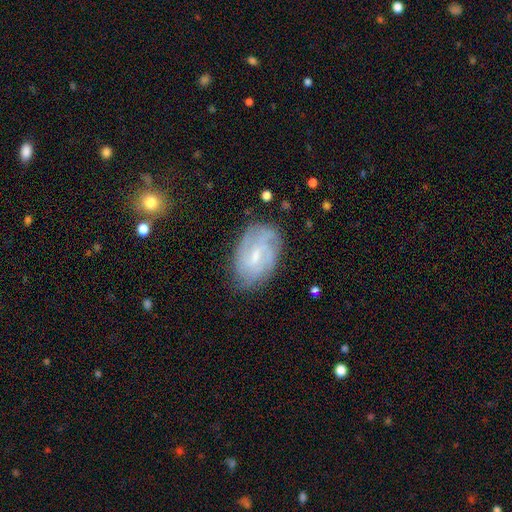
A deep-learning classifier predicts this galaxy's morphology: Smooth or featured?
  - featured or disk: 72% *
  - smooth: 21%
  - star or artifact: 8%
Edge-on disk?
  - no: 96% *
  - yes: 4%
Bar?
  - weak: 54% *
  - no: 34%
  - strong: 12%
Spiral arms?
  - yes: 91% *
  - no: 9%
Spiral winding?
  - tight: 55% *
  - medium: 34%
  - loose: 11%
Spiral arm count?
  - can't tell: 41% *
  - 3: 18%
  - 2: 16%
  - 4: 16%
  - more than 4: 5%
  - 1: 4%
Bulge size?
  - small: 56% *
  - moderate: 33%
  - none: 8%
  - large: 2%
  - dominant: 1%
Merging?
  - none: 75% *
  - minor disturbance: 18%
  - major disturbance: 6%
  - merger: 2%